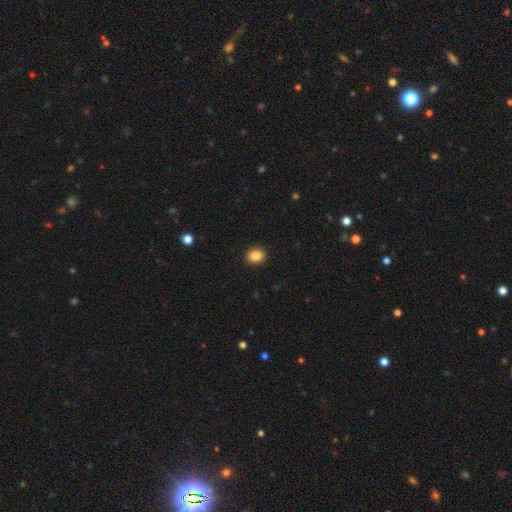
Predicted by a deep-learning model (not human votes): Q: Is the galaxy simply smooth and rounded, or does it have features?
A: smooth — 86%.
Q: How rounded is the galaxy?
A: round — 57%.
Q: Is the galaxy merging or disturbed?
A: none — 91%.